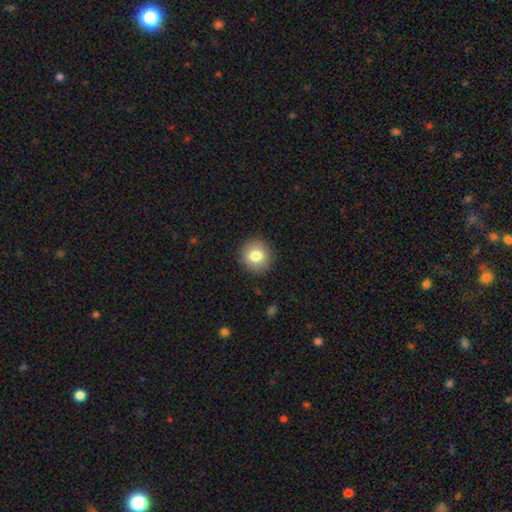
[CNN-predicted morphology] The model was most divided on "smooth or featured": smooth: 81%, featured or disk: 10%, star or artifact: 9%. More confident: merging — none (91%); how rounded — round (86%).